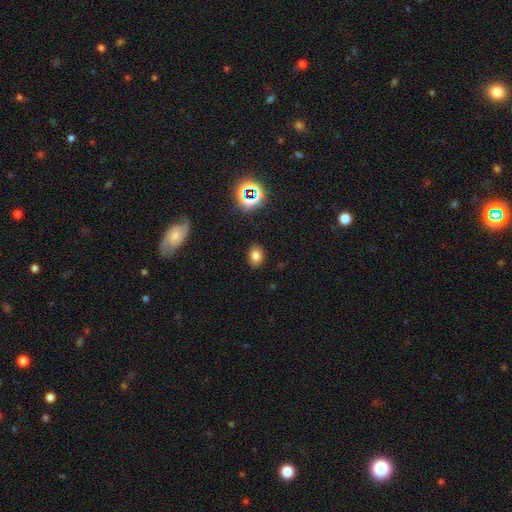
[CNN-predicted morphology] smooth_or_featured: smooth (p=0.75) [alt: star or artifact p=0.16]
how_rounded: in between (p=0.62) [alt: round p=0.37]
merging: none (p=0.87) [alt: minor disturbance p=0.09]